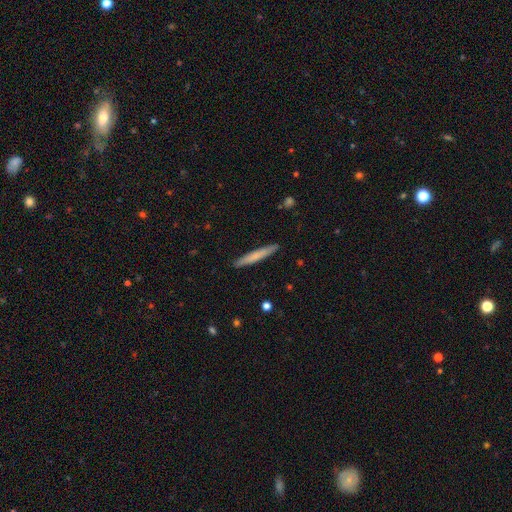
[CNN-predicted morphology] Smooth or featured: smooth — 71% (featured or disk — 24%)
How rounded: cigar-shaped — 96% (in between — 3%)
Merging: none — 91% (minor disturbance — 6%)